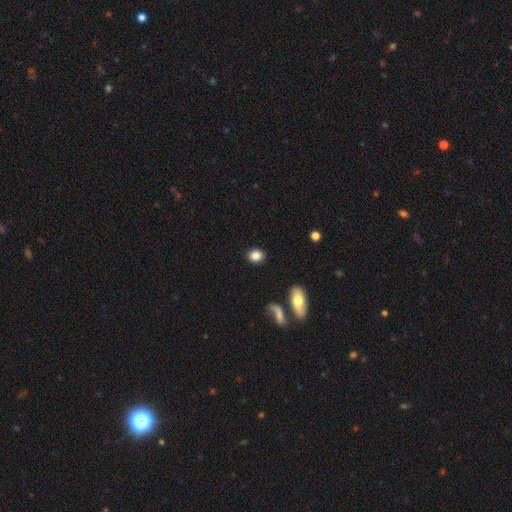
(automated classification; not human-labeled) A smooth galaxy with no disk features (85%) that is round (59%). Merging: none (89%).